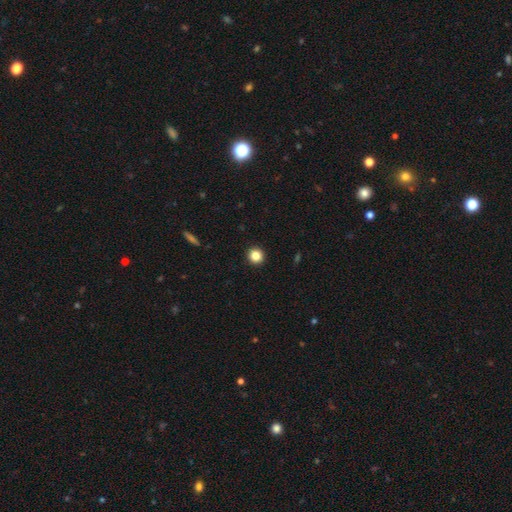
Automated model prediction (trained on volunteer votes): This appears to be a smooth galaxy with no disk features (84%) that is round (94%). Merging: none (94%).